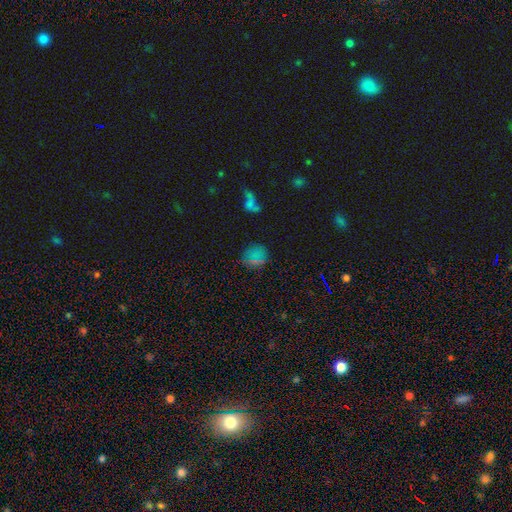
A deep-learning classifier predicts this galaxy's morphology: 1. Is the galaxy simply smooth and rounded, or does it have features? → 64% smooth, 27% star or artifact, 10% featured or disk.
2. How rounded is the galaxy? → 69% round, 28% in between, 3% cigar-shaped.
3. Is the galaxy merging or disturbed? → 73% none, 14% minor disturbance, 7% major disturbance, 6% merger.